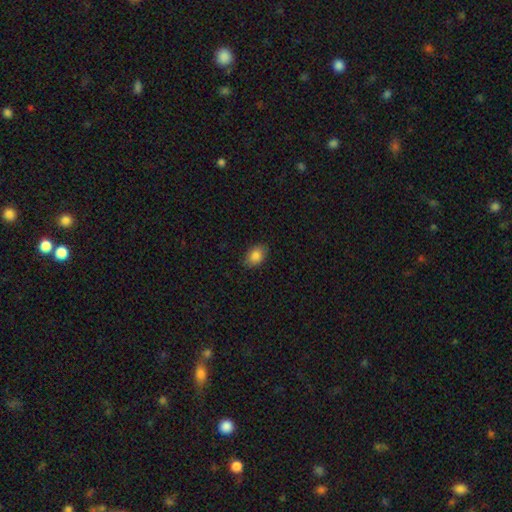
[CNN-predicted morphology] Smooth or featured? smooth (85%)
How rounded? in between (78%)
Merging? none (84%)